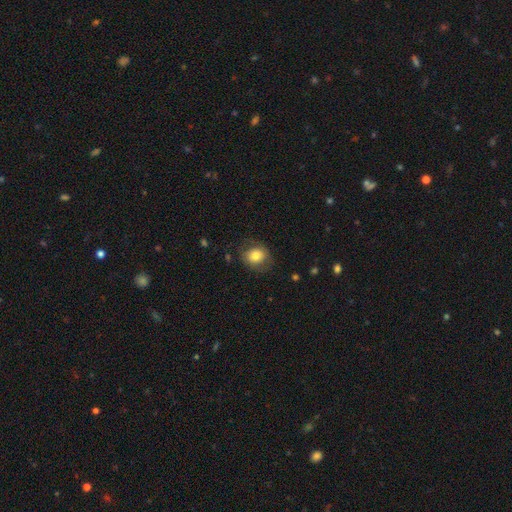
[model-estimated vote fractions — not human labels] This is likely a smooth galaxy (76%). How rounded: likely round (63%). Merging: likely none (73%).